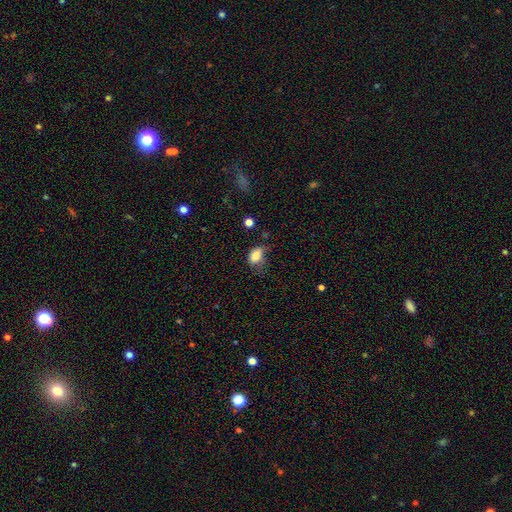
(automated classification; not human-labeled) Overall: smooth (82%). How rounded: in between (80%). Merging: minor disturbance (38%; none 33%).